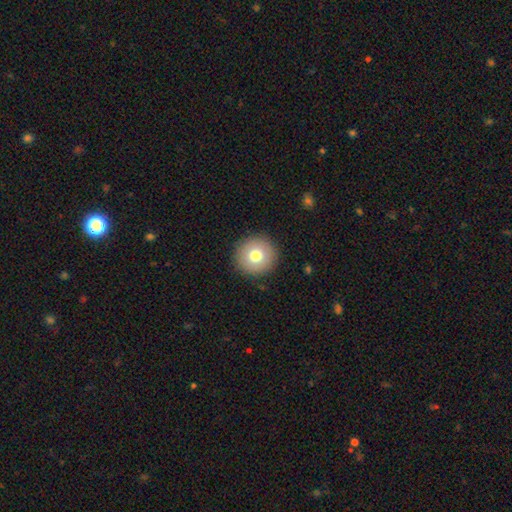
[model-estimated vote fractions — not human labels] Smooth or featured? smooth (76%)
How rounded? round (94%)
Merging? none (91%)